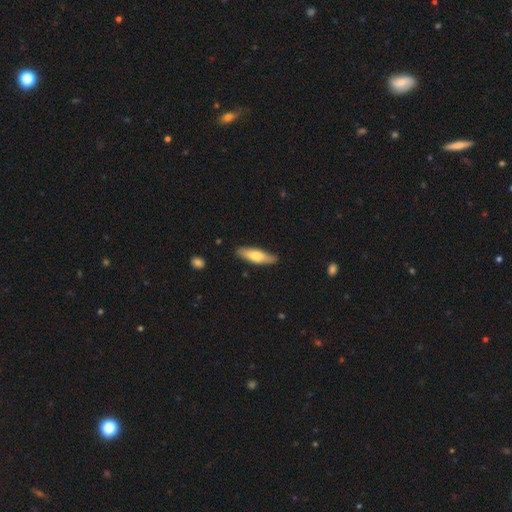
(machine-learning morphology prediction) The model was most divided on "how rounded": cigar-shaped: 57%, in between: 41%, round: 2%. More confident: merging — none (82%); smooth or featured — smooth (65%).